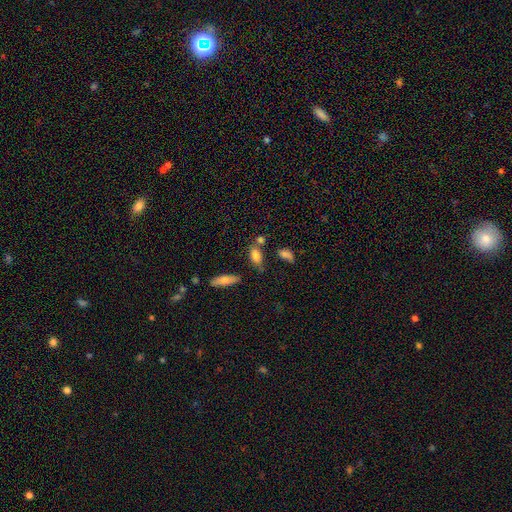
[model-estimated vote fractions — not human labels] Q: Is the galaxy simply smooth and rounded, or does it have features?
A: smooth — 78%.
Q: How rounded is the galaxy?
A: in between — 80%.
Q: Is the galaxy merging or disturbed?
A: none — 61%.